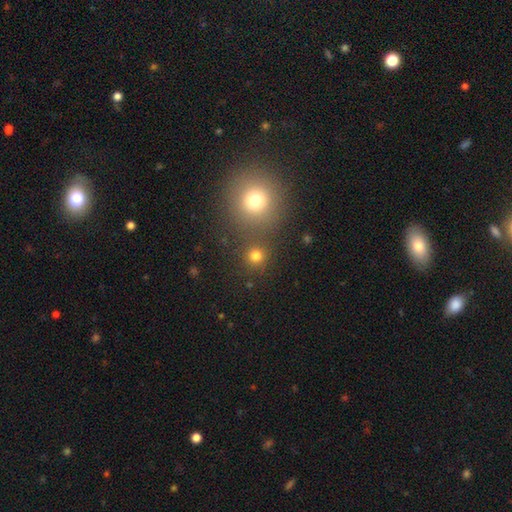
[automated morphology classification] This is likely a smooth galaxy (77%). How rounded: clearly round (92%). Merging: likely none (75%).